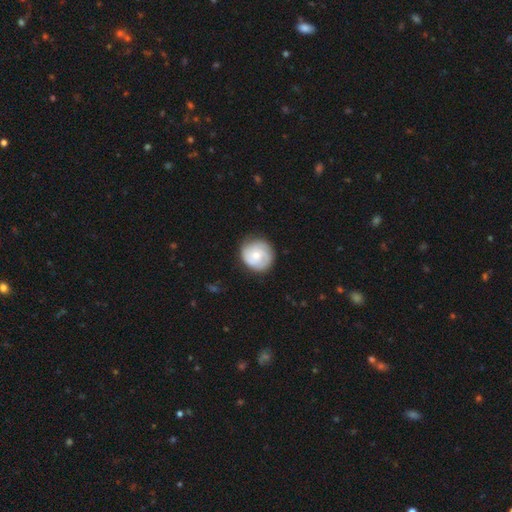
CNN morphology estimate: The model was most divided on "smooth or featured": featured or disk: 50%, smooth: 44%, star or artifact: 6%. More confident: merging — none (79%).